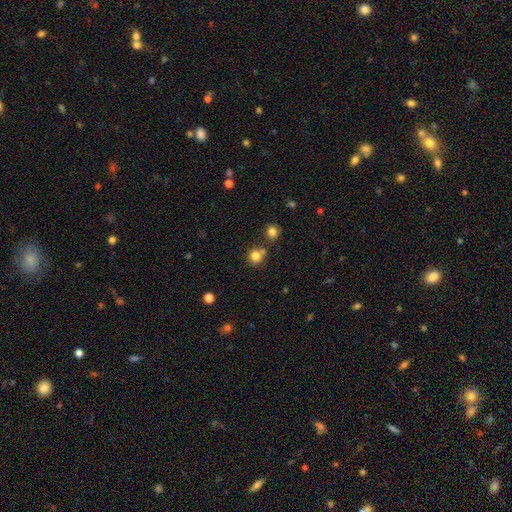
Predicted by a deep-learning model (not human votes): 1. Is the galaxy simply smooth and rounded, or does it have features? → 80% smooth, 12% star or artifact, 7% featured or disk.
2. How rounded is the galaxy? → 89% round, 10% in between, 1% cigar-shaped.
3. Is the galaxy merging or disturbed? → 66% none, 22% merger, 9% minor disturbance, 3% major disturbance.